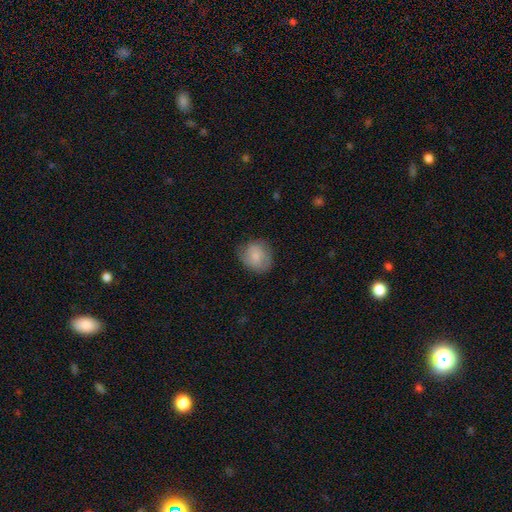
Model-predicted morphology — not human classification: This appears to be a smooth galaxy with no disk features (77%) that is round (69%). Merging: none (70%).